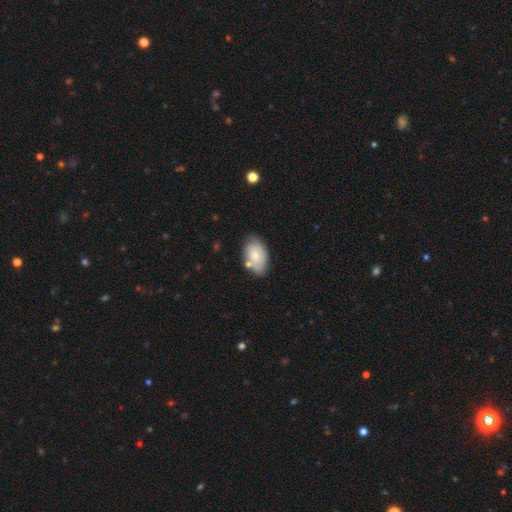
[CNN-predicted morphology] type=smooth (66%); roundness=in between (89%); merging=none (59%).